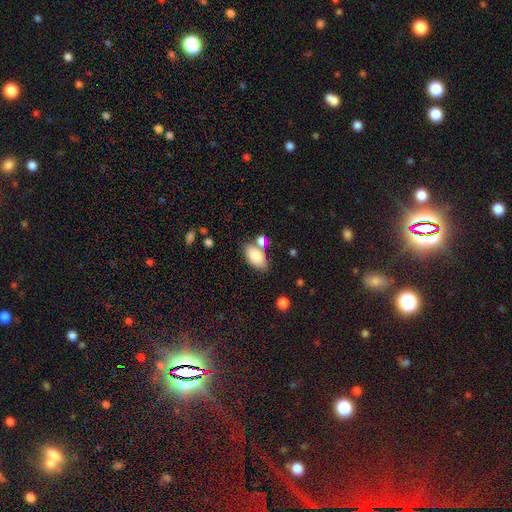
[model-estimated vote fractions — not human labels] The model was most divided on "merging": none: 67%, merger: 15%, minor disturbance: 14%, major disturbance: 4%. More confident: how rounded — in between (92%); smooth or featured — smooth (84%).